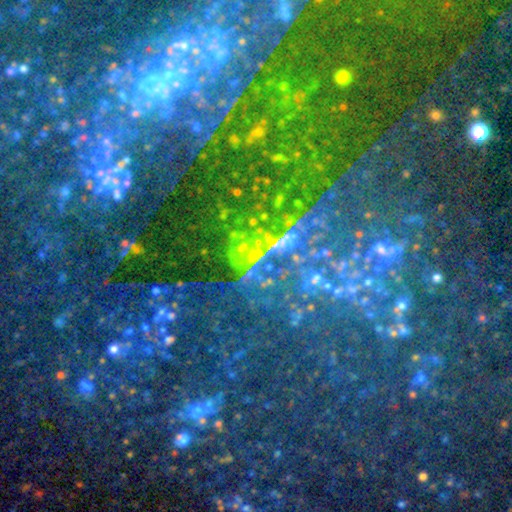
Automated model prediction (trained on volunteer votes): Smooth or featured: star or artifact — 72% (smooth — 14%)